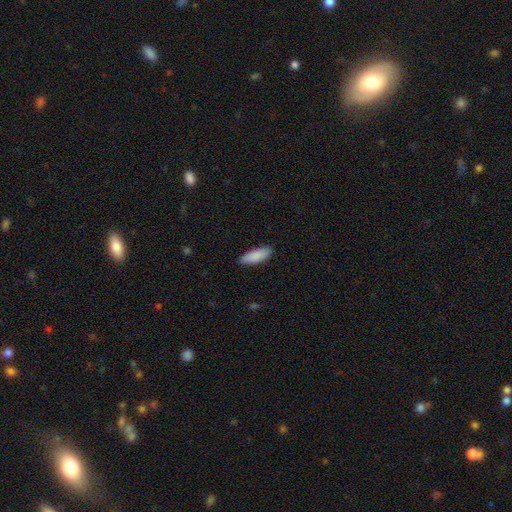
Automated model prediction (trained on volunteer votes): This is clearly a smooth galaxy (89%). How rounded: likely in between (65%). Merging: clearly none (89%).